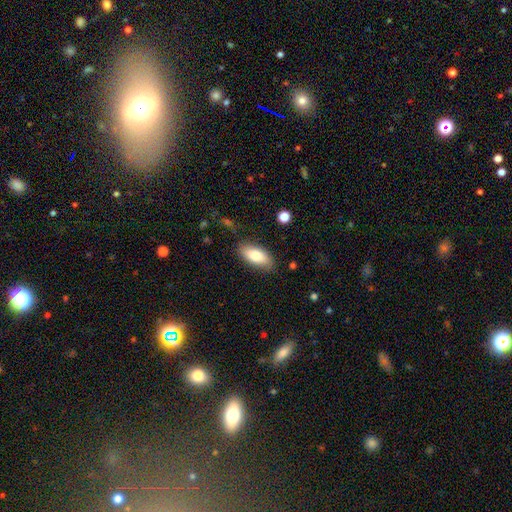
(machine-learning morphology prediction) The model was most divided on "smooth or featured": smooth: 79%, featured or disk: 15%, star or artifact: 6%. More confident: how rounded — in between (90%); merging — none (82%).